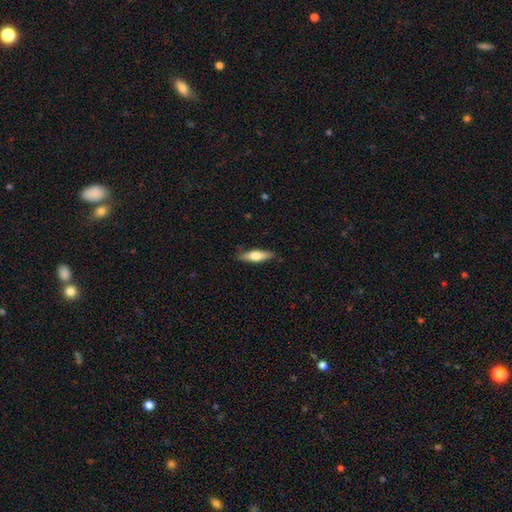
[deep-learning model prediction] smooth_or_featured: smooth (p=0.59) [alt: featured or disk p=0.36]
how_rounded: cigar-shaped (p=0.59) [alt: in between p=0.39]
merging: none (p=0.84) [alt: minor disturbance p=0.12]